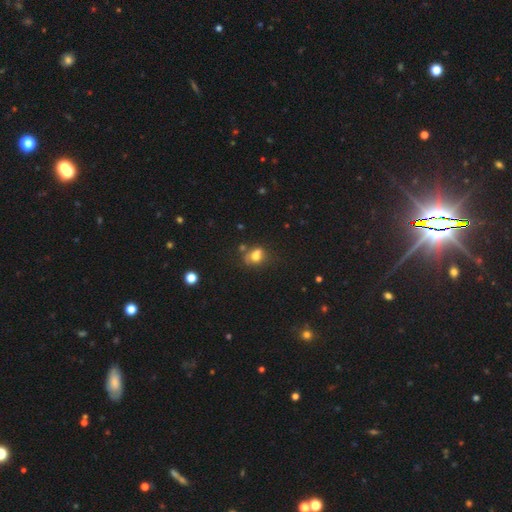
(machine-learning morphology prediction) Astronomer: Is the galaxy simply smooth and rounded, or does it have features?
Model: smooth — 65%.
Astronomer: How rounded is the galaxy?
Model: in between — 52% (runner-up: round, 45%).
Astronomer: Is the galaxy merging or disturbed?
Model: none — 42% (runner-up: merger, 25%).